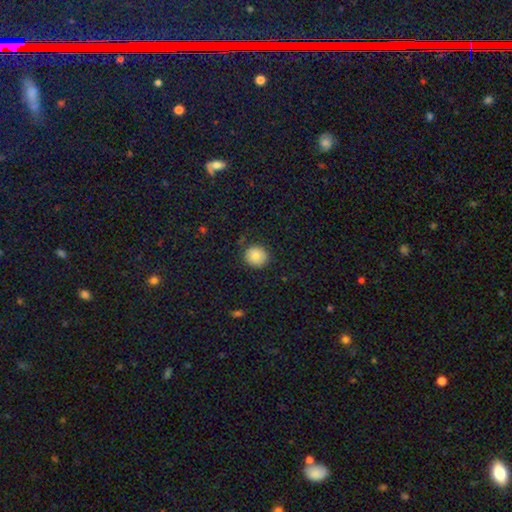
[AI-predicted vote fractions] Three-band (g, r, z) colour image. It shows a smooth galaxy with no disk features (84%) that is round (87%). Merging: none (84%).